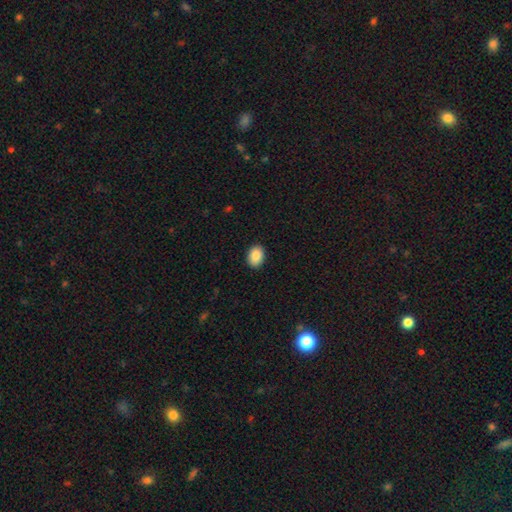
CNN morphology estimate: This appears to be a smooth galaxy with no disk features (89%) that is in between round and cigar-shaped (73%). Merging: none (90%).